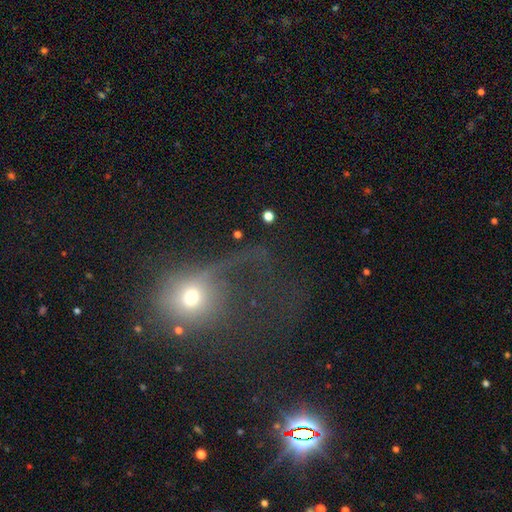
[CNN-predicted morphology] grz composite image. It shows a smooth galaxy with no disk features (47%). Merging: major disturbance (58%).